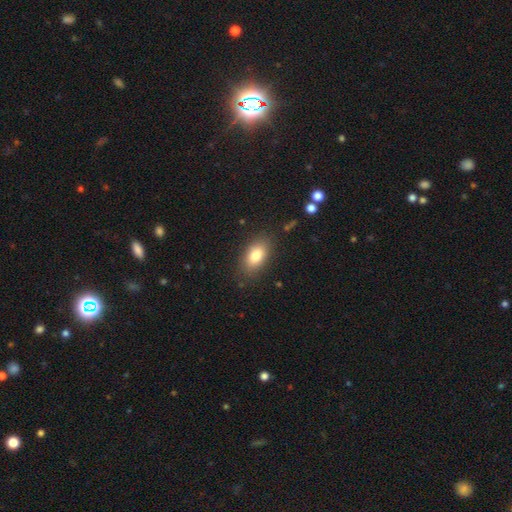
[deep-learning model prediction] Smooth or featured: smooth — 81% (featured or disk — 11%)
How rounded: in between — 89% (round — 6%)
Merging: none — 83% (minor disturbance — 12%)